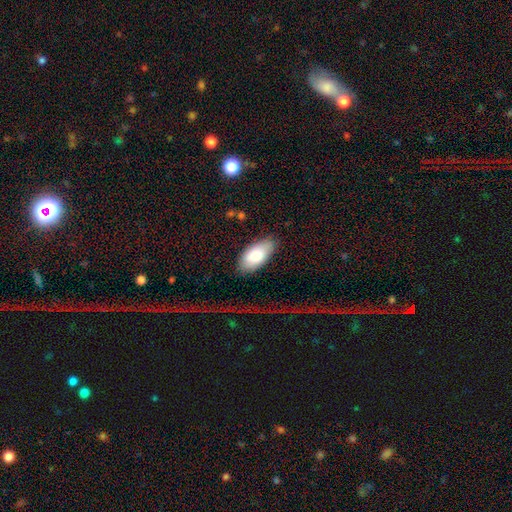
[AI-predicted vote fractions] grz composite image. It shows a smooth galaxy with no disk features (82%) that is in between round and cigar-shaped (93%). Merging: none (81%).